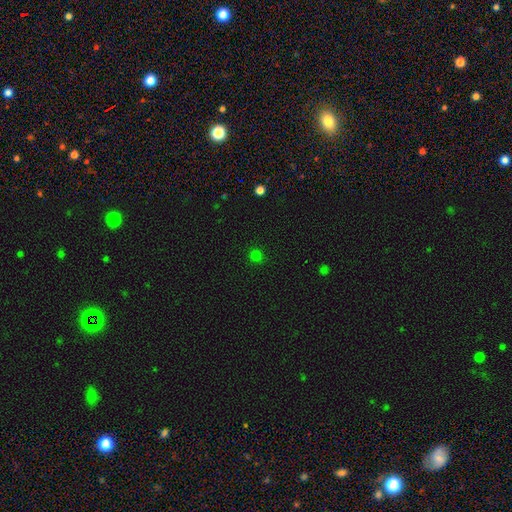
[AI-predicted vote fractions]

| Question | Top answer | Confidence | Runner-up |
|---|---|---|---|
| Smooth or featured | smooth | 75% | star or artifact (21%) |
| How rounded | round | 93% | in between (6%) |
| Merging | none | 91% | minor disturbance (6%) |